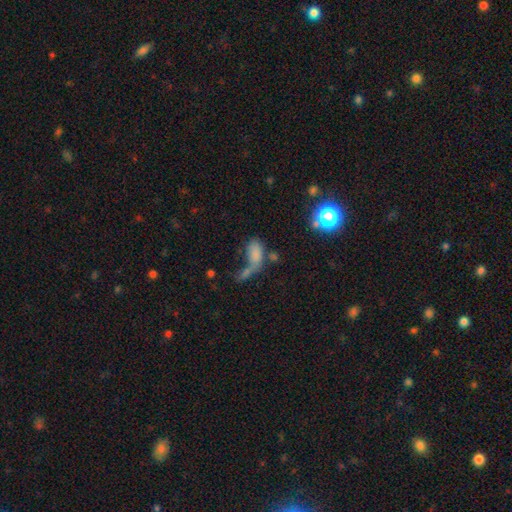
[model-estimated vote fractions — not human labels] smooth 73%, featured or disk 14%, star or artifact 13%. Down the decision tree: how rounded — in between (87%); merging — merger (40%).